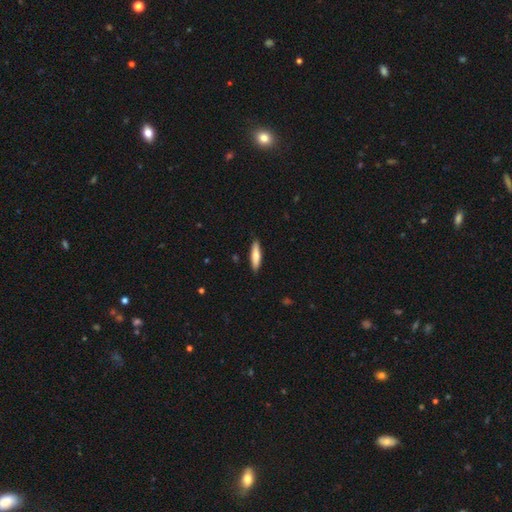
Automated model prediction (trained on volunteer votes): Smooth or featured?
  - smooth: 73% *
  - featured or disk: 21%
  - star or artifact: 5%
How rounded?
  - cigar-shaped: 76% *
  - in between: 22%
  - round: 1%
Merging?
  - none: 89% *
  - minor disturbance: 8%
  - major disturbance: 2%
  - merger: 1%